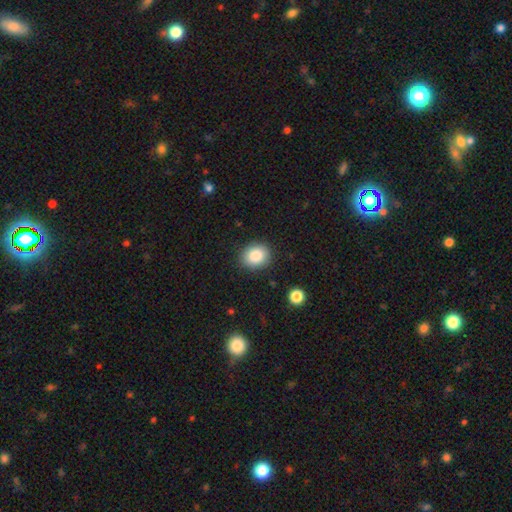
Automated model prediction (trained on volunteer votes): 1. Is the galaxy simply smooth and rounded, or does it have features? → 85% smooth, 9% star or artifact, 6% featured or disk.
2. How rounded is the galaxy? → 63% round, 36% in between, 1% cigar-shaped.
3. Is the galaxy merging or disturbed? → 88% none, 9% minor disturbance, 2% major disturbance, 1% merger.